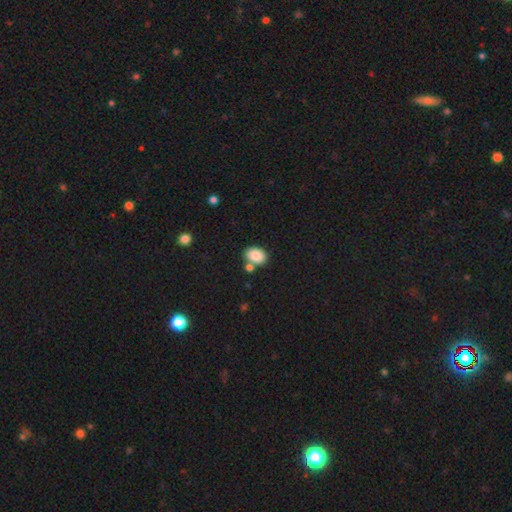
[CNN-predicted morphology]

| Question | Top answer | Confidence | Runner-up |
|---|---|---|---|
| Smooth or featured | smooth | 87% | star or artifact (8%) |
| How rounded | in between | 79% | round (20%) |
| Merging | none | 66% | merger (18%) |